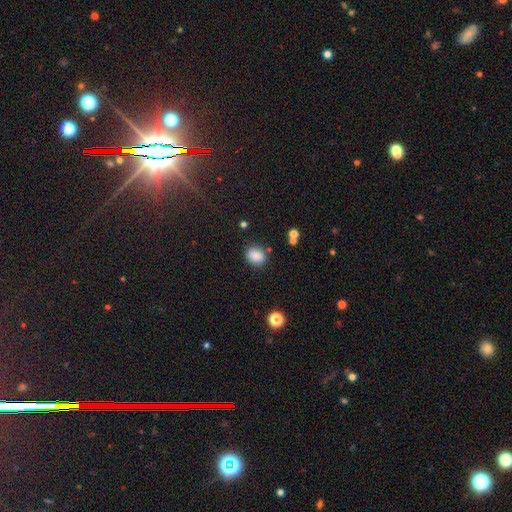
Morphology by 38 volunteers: Smooth or featured: smooth — 97% (star or artifact — 3%)
How rounded: round — 51% (in between — 46%)
Merging: none — 81% (minor disturbance — 11%)